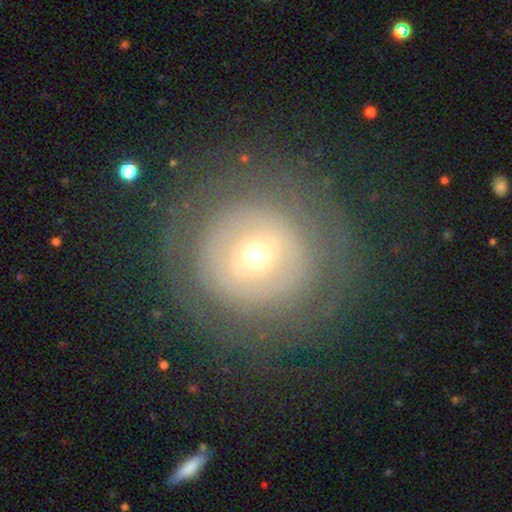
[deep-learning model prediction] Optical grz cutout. It shows a featured or disk galaxy (54%) with no bar (65%), no spiral arms (58%) and a small central bulge (58%). Merging: none (80%).